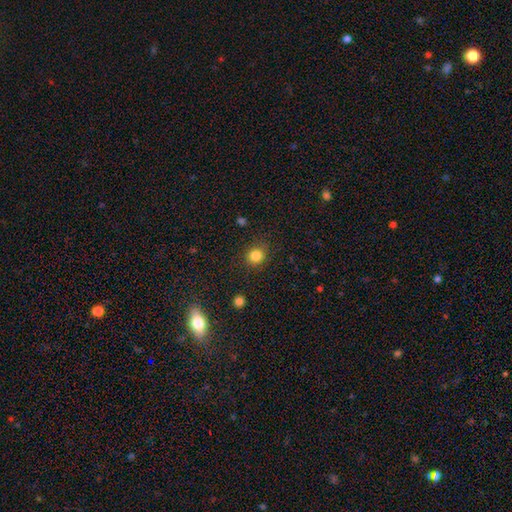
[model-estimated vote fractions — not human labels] Overall: smooth (84%). How rounded: round (88%). Merging: none (87%).